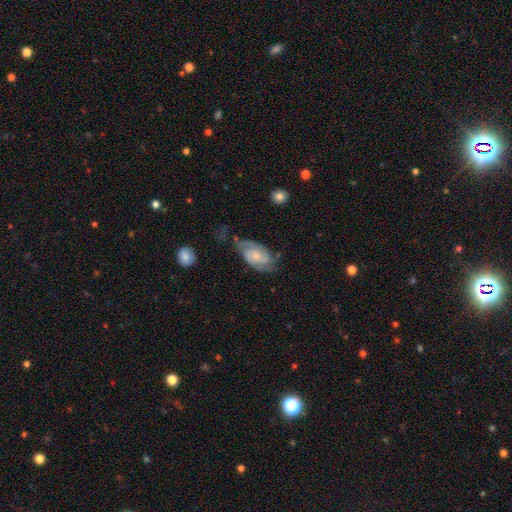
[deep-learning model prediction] Smooth or featured?
  - featured or disk: 62% *
  - smooth: 31%
  - star or artifact: 7%
Edge-on disk?
  - no: 95% *
  - yes: 5%
Bar?
  - no: 63% *
  - weak: 32%
  - strong: 5%
Spiral arms?
  - yes: 90% *
  - no: 10%
Spiral winding?
  - medium: 43% *
  - tight: 40%
  - loose: 17%
Spiral arm count?
  - 2: 74% *
  - can't tell: 15%
  - 3: 4%
  - 1: 4%
  - 4: 1%
  - more than 4: 1%
Bulge size?
  - small: 51% *
  - moderate: 29%
  - none: 13%
  - large: 5%
  - dominant: 2%
Merging?
  - none: 49% *
  - minor disturbance: 29%
  - major disturbance: 17%
  - merger: 5%